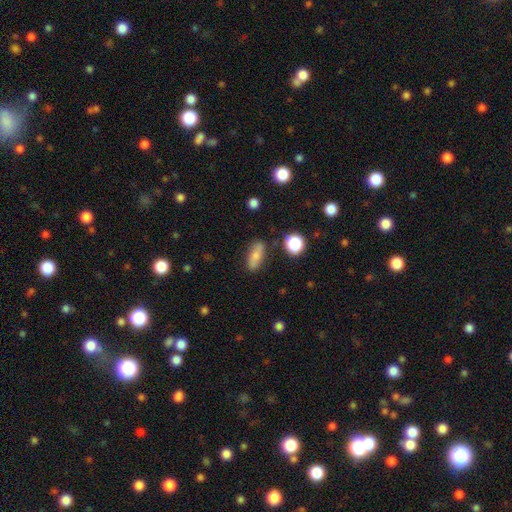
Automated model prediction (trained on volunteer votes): Smooth or featured?
  - smooth: 73% *
  - featured or disk: 18%
  - star or artifact: 10%
How rounded?
  - in between: 71% *
  - cigar-shaped: 22%
  - round: 7%
Merging?
  - none: 80% *
  - minor disturbance: 14%
  - major disturbance: 4%
  - merger: 3%